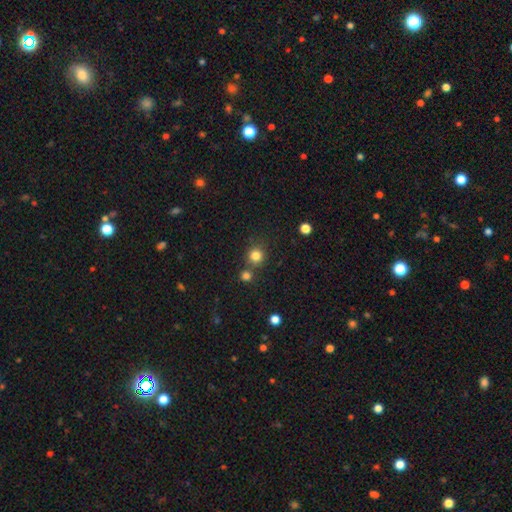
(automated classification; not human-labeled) A smooth galaxy with no disk features (82%) that is round (91%). Merging: none (72%).